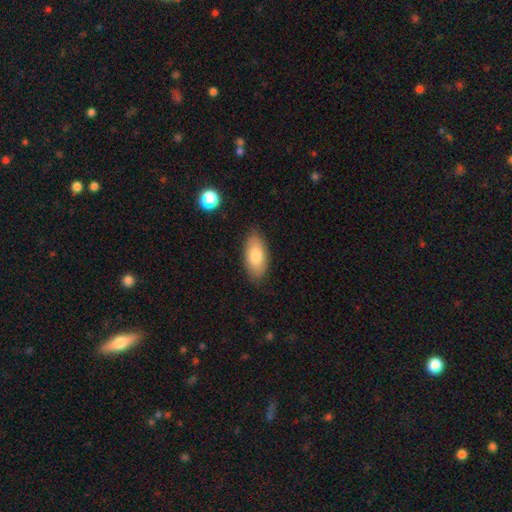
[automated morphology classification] Smooth or featured: smooth — 79% (featured or disk — 14%)
How rounded: in between — 90% (cigar-shaped — 7%)
Merging: none — 84% (minor disturbance — 12%)